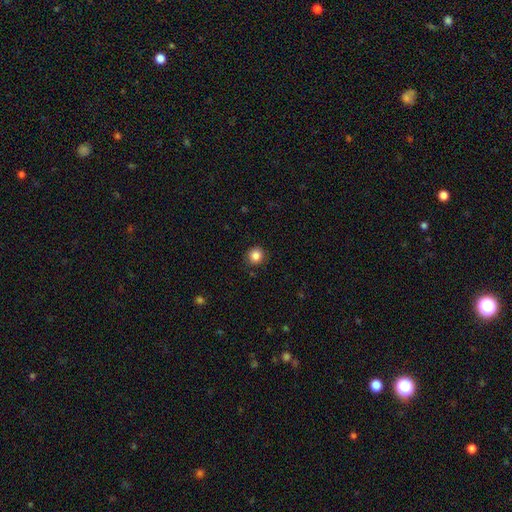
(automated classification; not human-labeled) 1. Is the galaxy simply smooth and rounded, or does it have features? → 86% smooth, 11% star or artifact, 4% featured or disk.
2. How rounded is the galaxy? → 91% round, 8% in between, 1% cigar-shaped.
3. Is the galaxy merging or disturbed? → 89% none, 8% minor disturbance, 2% major disturbance, 1% merger.